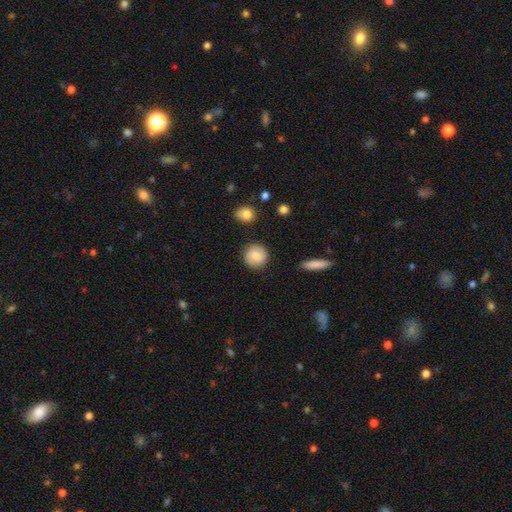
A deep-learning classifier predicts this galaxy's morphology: type=smooth (76%); roundness=round (91%); merging=none (87%).